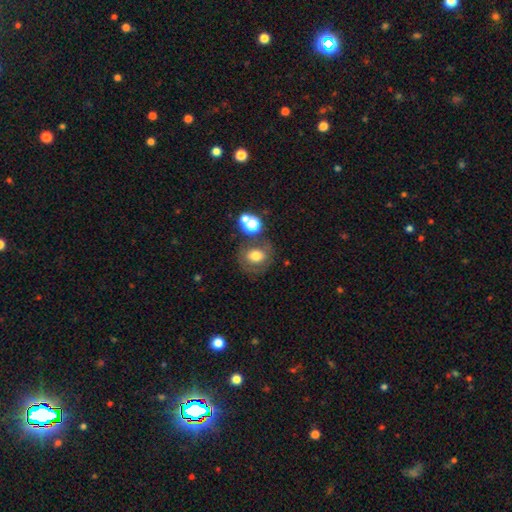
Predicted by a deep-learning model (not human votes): Q: Smooth or featured?
A: smooth (65%); runner-up: featured or disk (21%)
Q: How rounded?
A: round (69%); runner-up: in between (30%)
Q: Merging?
A: none (65%); runner-up: minor disturbance (14%)